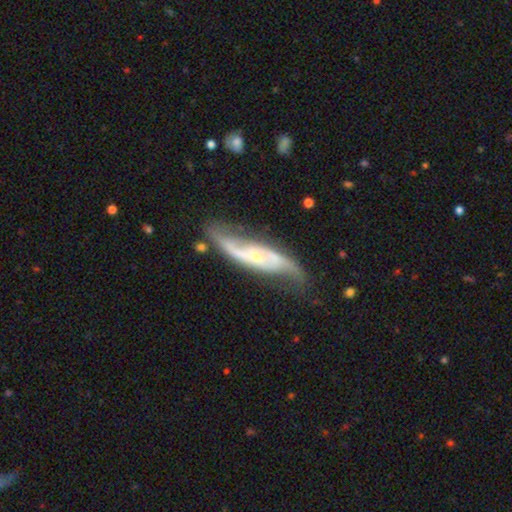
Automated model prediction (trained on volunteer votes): This appears to be a featured or disk galaxy (85%) with no bar (51%), 2 (89%) loose (53%) spiral arms (95%) and a small central bulge (63%). Merging: none (67%).